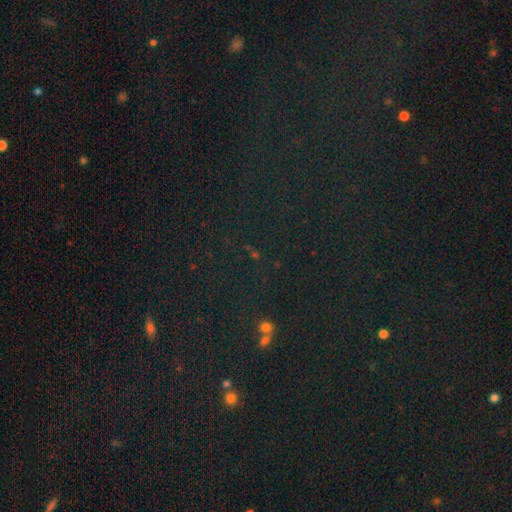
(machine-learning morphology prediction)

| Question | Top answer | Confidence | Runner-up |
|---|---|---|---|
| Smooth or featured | star or artifact | 77% | smooth (15%) |